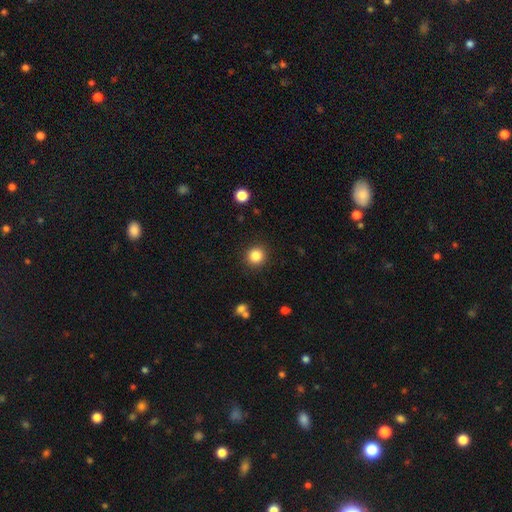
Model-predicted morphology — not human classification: This is clearly a smooth galaxy (84%). How rounded: clearly round (94%). Merging: clearly none (91%).